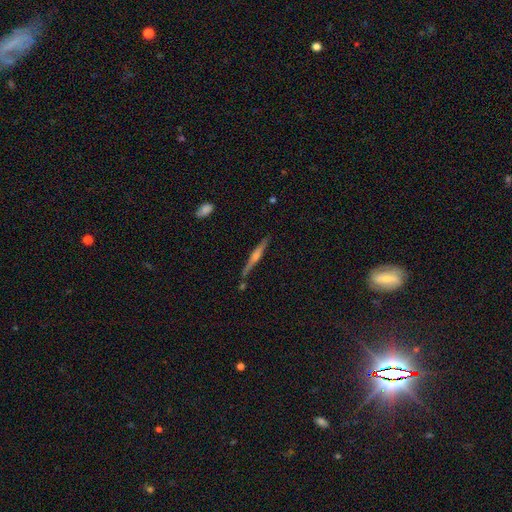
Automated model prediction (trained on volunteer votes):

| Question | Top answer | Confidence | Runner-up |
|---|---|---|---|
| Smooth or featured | featured or disk | 72% | smooth (21%) |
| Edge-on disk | yes | 98% | no (2%) |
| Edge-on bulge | rounded | 73% | boxy (15%) |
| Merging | none | 86% | minor disturbance (9%) |